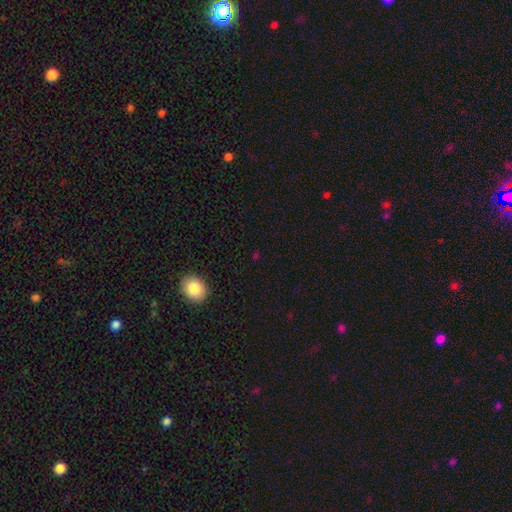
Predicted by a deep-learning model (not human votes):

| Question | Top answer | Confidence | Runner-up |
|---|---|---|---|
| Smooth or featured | star or artifact | 47% | smooth (46%) |